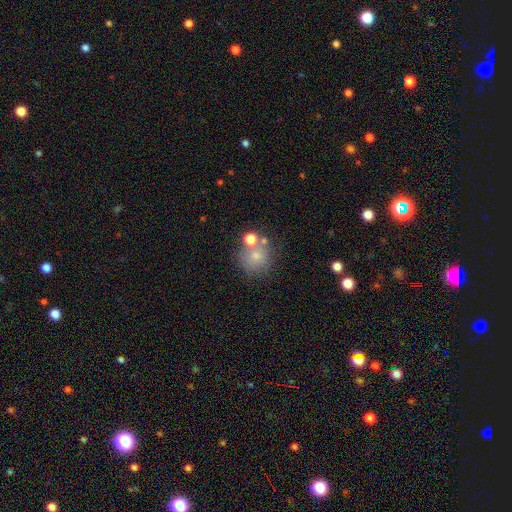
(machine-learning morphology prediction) Smooth or featured?
  - smooth: 72% *
  - featured or disk: 15%
  - star or artifact: 13%
How rounded?
  - round: 87% *
  - in between: 12%
  - cigar-shaped: 1%
Merging?
  - none: 59% *
  - merger: 21%
  - minor disturbance: 13%
  - major disturbance: 7%